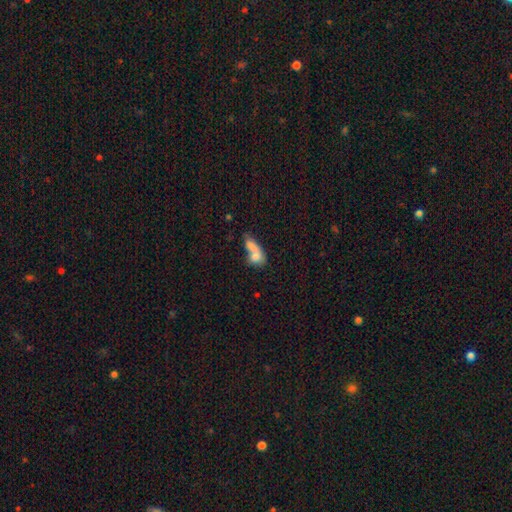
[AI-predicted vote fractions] Smooth or featured: smooth — 72% (featured or disk — 19%)
How rounded: in between — 64% (round — 20%)
Merging: merger — 59% (none — 22%)